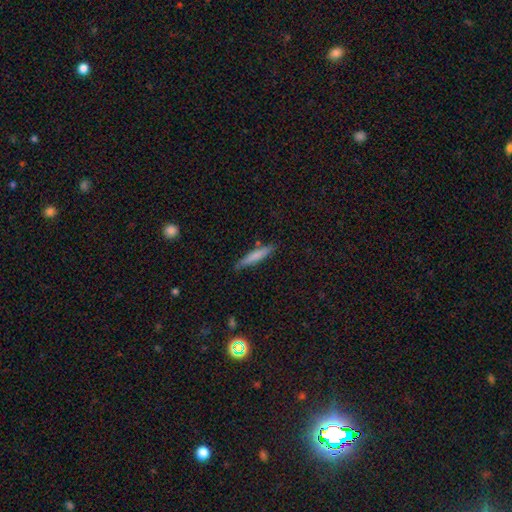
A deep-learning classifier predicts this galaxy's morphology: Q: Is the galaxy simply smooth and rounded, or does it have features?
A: smooth — 73%.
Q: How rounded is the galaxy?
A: cigar-shaped — 90%.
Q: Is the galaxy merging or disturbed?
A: none — 83%.